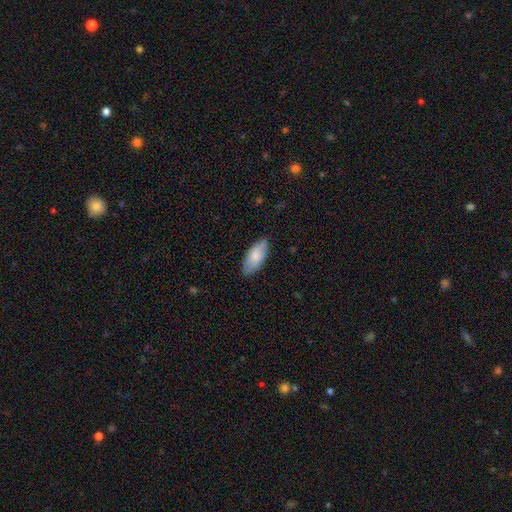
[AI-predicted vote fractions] smooth 80%, featured or disk 14%, star or artifact 6%. Down the decision tree: how rounded — in between (88%); merging — none (81%).